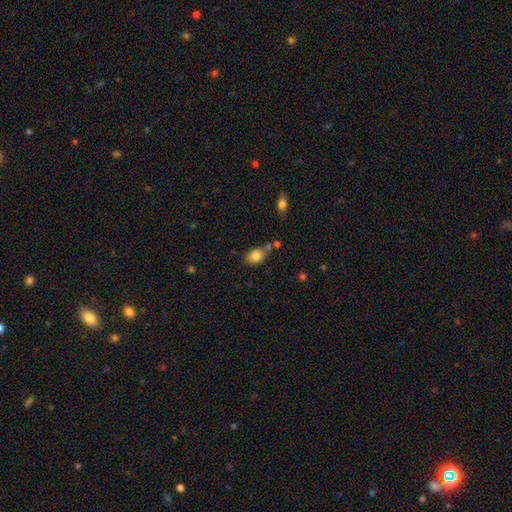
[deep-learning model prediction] Smooth or featured? smooth (83%)
How rounded? in between (75%)
Merging? none (61%)